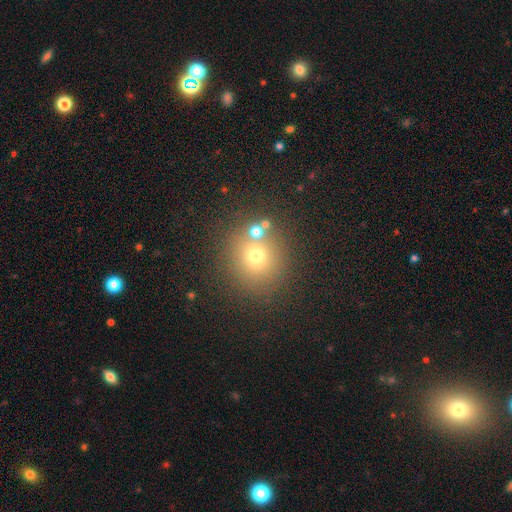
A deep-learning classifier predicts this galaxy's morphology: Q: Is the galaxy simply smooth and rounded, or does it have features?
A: smooth — 66%.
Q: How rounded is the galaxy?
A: round — 88%.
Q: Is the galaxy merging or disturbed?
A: none — 74%.